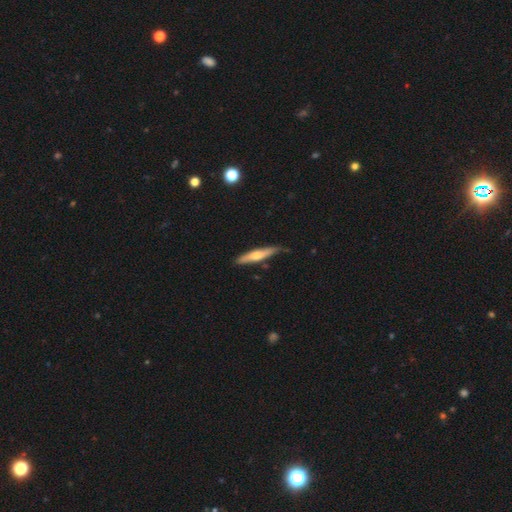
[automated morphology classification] Smooth or featured?
  - featured or disk: 51% *
  - smooth: 43%
  - star or artifact: 6%
Edge-on disk?
  - yes: 92% *
  - no: 8%
Merging?
  - none: 75% *
  - minor disturbance: 20%
  - major disturbance: 3%
  - merger: 2%